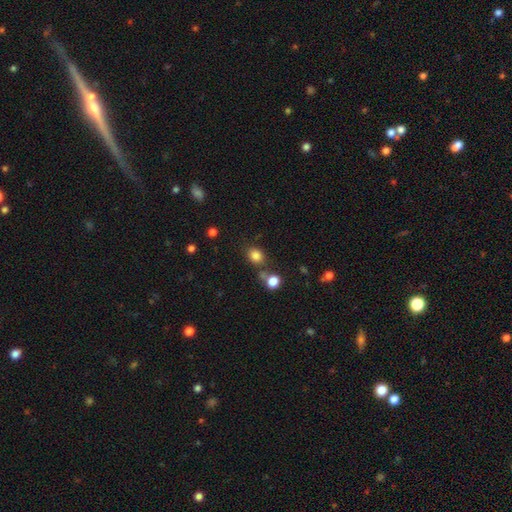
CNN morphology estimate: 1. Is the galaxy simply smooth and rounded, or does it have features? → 82% smooth, 13% star or artifact, 5% featured or disk.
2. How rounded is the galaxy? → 59% round, 40% in between, 1% cigar-shaped.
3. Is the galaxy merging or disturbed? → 69% none, 13% merger, 12% minor disturbance, 5% major disturbance.